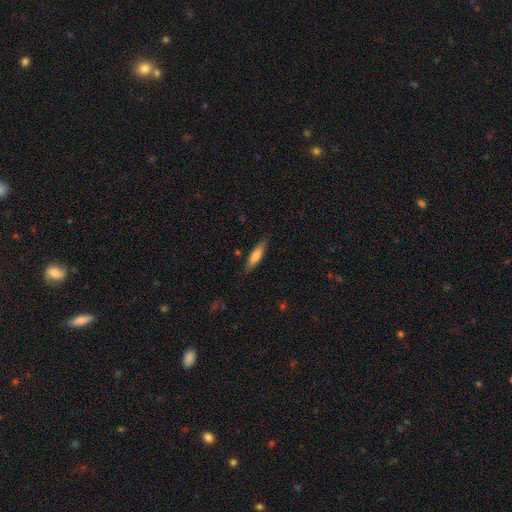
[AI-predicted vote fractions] A smooth galaxy with no disk features (72%) that is cigar-shaped (68%).

Vote fractions:
- Smooth or featured? smooth: 72% / featured or disk: 22% / star or artifact: 6%
- How rounded? cigar-shaped: 68% / in between: 30% / round: 2%
- Merging? none: 83% / minor disturbance: 13% / major disturbance: 3% / merger: 1%